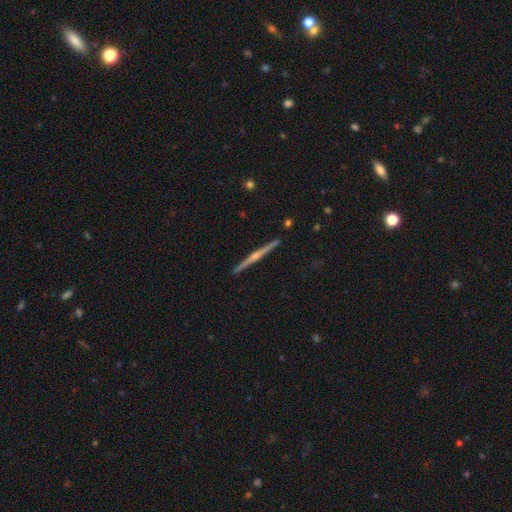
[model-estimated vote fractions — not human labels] smooth_or_featured: featured or disk (p=0.73) [alt: smooth p=0.17]
disk_edge_on: yes (p=0.97) [alt: no p=0.03]
edge_on_bulge: rounded (p=0.70) [alt: none p=0.21]
merging: none (p=0.89) [alt: minor disturbance p=0.07]